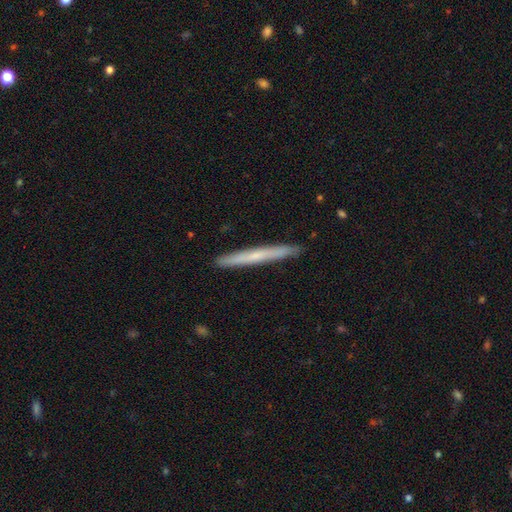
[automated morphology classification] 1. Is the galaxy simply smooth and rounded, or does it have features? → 50% smooth, 44% featured or disk, 6% star or artifact.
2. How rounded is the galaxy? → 97% cigar-shaped, 2% in between, 1% round.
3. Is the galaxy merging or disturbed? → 92% none, 6% minor disturbance, 1% major disturbance, 1% merger.